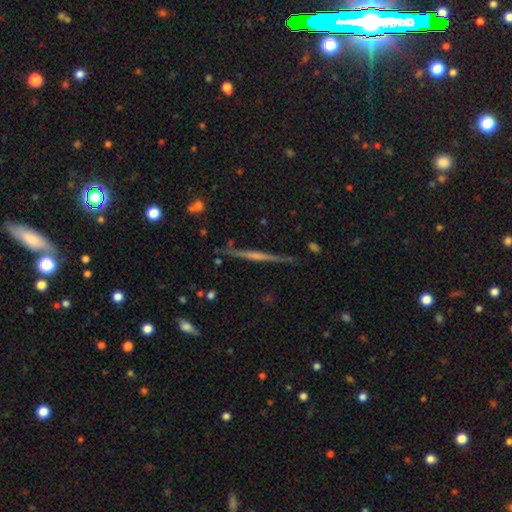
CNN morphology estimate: A featured or disk galaxy (74%) viewed edge-on (98%) with no central bulge (46%).

Vote fractions:
- Smooth or featured? featured or disk: 74% / smooth: 18% / star or artifact: 8%
- Edge-on disk? yes: 98% / no: 2%
- Edge-on bulge? none: 46% / rounded: 39% / boxy: 16%
- Merging? none: 86% / minor disturbance: 10% / major disturbance: 2% / merger: 2%